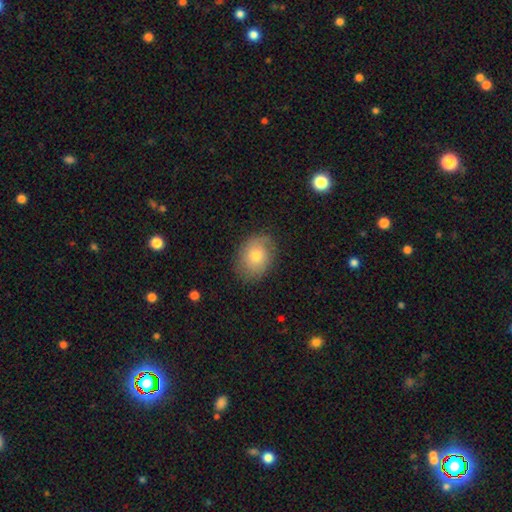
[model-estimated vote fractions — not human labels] A smooth galaxy with no disk features (65%) that is in between round and cigar-shaped (62%).

Vote fractions:
- Smooth or featured? smooth: 65% / featured or disk: 26% / star or artifact: 9%
- How rounded? in between: 62% / round: 37% / cigar-shaped: 1%
- Merging? none: 77% / minor disturbance: 17% / major disturbance: 5% / merger: 1%